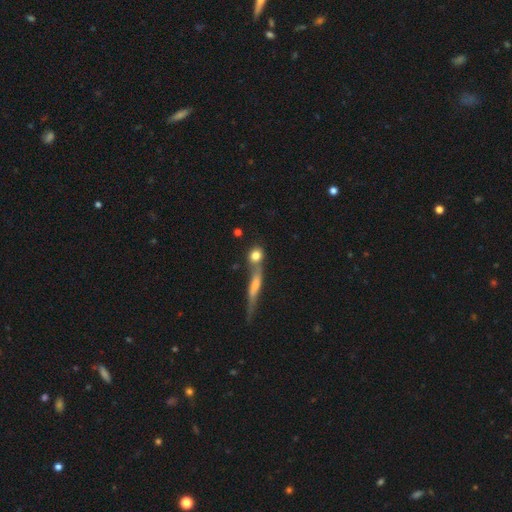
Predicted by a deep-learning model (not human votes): A smooth galaxy with no disk features (77%) that is round (74%).

Vote fractions:
- Smooth or featured? smooth: 77% / featured or disk: 14% / star or artifact: 9%
- How rounded? round: 74% / in between: 16% / cigar-shaped: 9%
- Merging? none: 51% / merger: 32% / minor disturbance: 11% / major disturbance: 6%